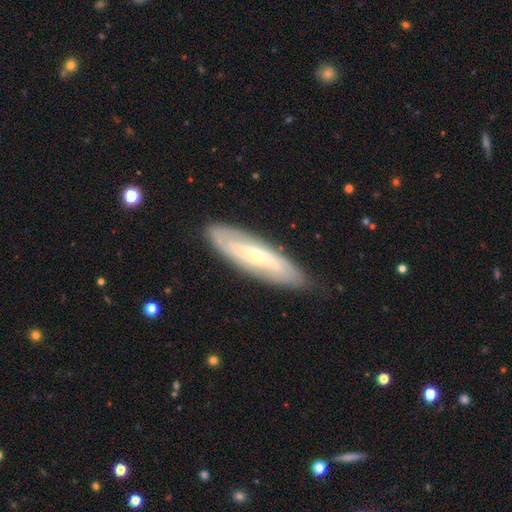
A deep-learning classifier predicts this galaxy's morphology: The model was most divided on "smooth or featured": featured or disk: 62%, smooth: 32%, star or artifact: 6%. More confident: merging — none (82%); edge-on disk — no (67%).